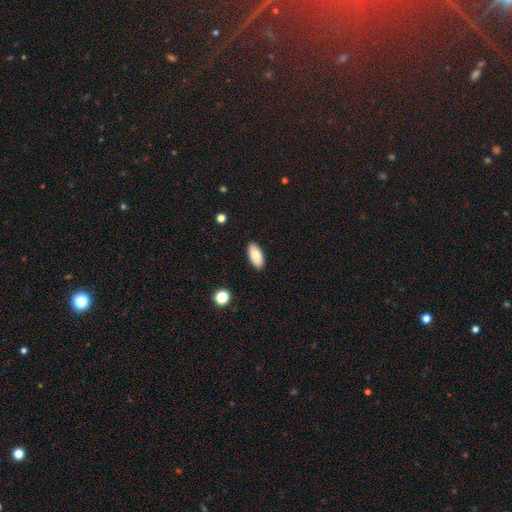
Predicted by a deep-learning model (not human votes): Smooth or featured? smooth (83%)
How rounded? in between (90%)
Merging? none (89%)